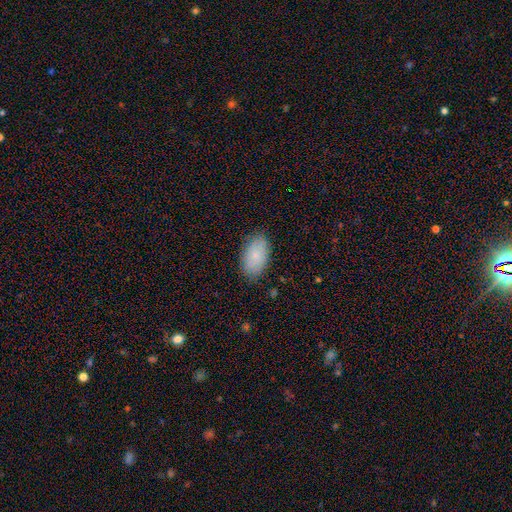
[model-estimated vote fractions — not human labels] This appears to be a smooth galaxy with no disk features (83%) that is in between round and cigar-shaped (94%). Merging: none (84%).